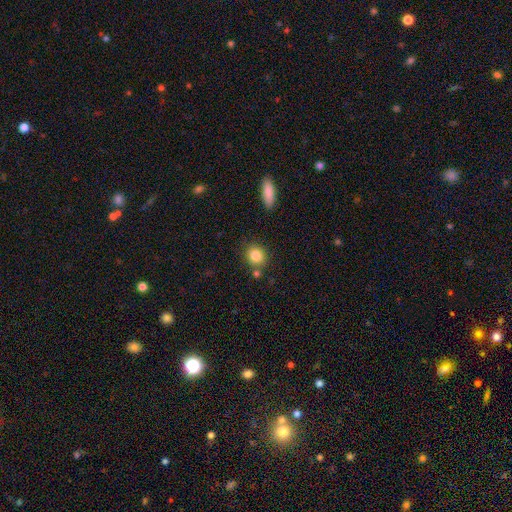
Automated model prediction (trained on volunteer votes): smooth_or_featured: smooth (p=0.85) [alt: star or artifact p=0.09]
how_rounded: round (p=0.75) [alt: in between p=0.23]
merging: none (p=0.75) [alt: minor disturbance p=0.12]